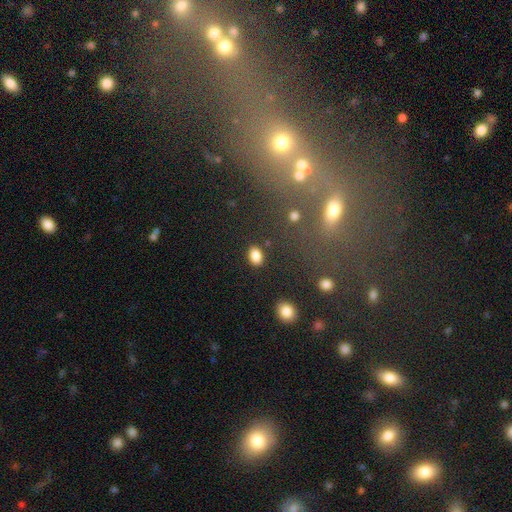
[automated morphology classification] Overall: smooth (86%). How rounded: in between (81%). Merging: none (85%).